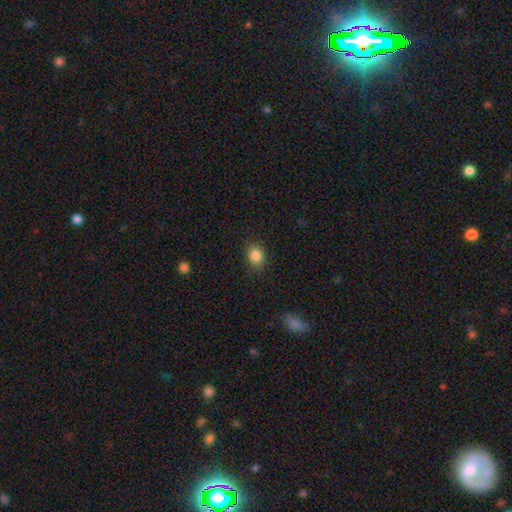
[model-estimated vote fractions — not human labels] This is clearly a smooth galaxy (85%). How rounded: possibly round (53%). Merging: clearly none (87%).